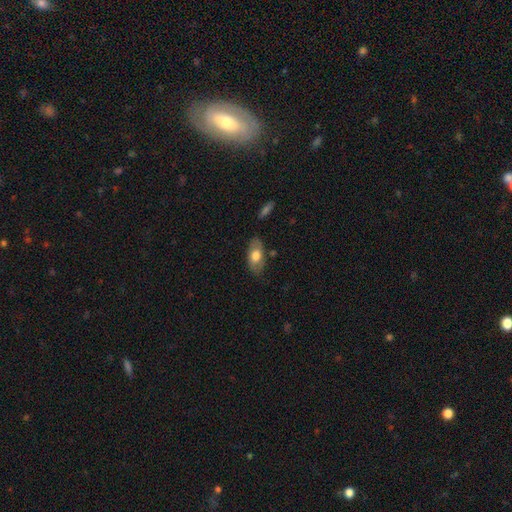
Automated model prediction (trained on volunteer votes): This is likely a smooth galaxy (62%). How rounded: clearly in between (91%). Merging: likely none (77%).